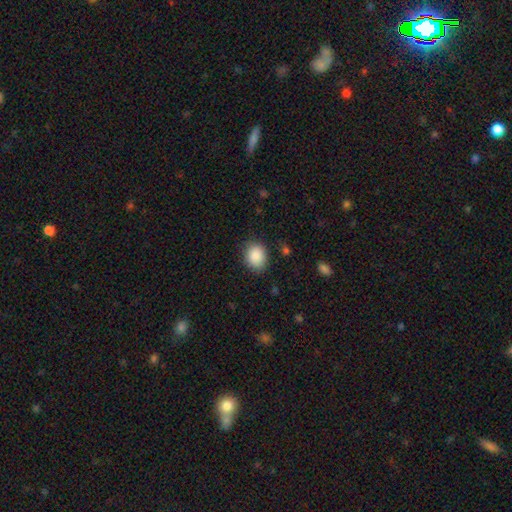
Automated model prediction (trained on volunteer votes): This is clearly a smooth galaxy (88%). How rounded: possibly round (53%). Merging: clearly none (82%).